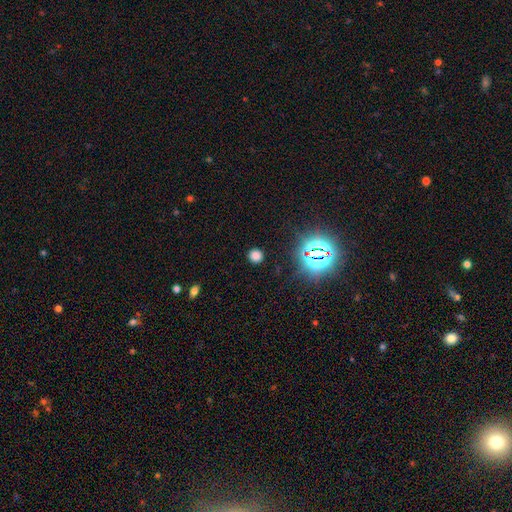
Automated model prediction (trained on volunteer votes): Q: Smooth or featured?
A: smooth (70%); runner-up: star or artifact (25%)
Q: How rounded?
A: round (89%); runner-up: in between (9%)
Q: Merging?
A: none (89%); runner-up: minor disturbance (7%)